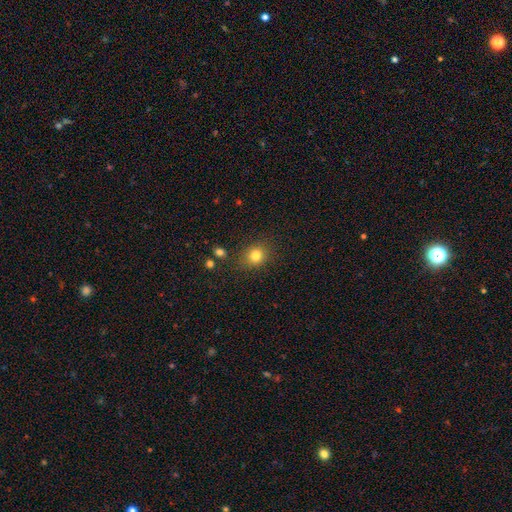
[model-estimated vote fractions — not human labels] This appears to be a smooth galaxy with no disk features (81%) that is round (74%). Merging: none (84%).